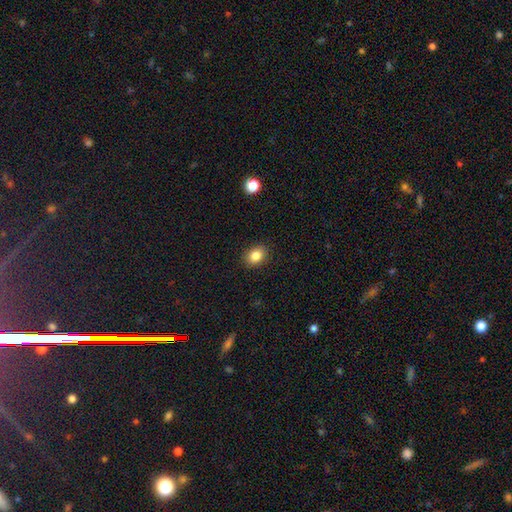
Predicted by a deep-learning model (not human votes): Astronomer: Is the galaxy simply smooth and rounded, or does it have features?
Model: smooth — 84%.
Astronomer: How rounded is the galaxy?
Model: in between — 64%.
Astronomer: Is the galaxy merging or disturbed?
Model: none — 89%.